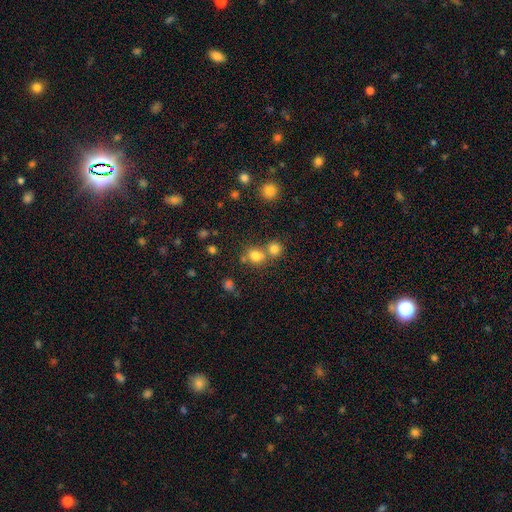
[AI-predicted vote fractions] Smooth or featured? Predicted: smooth (p=0.76). How rounded? Predicted: round (p=0.76). Merging? Predicted: none (p=0.52).